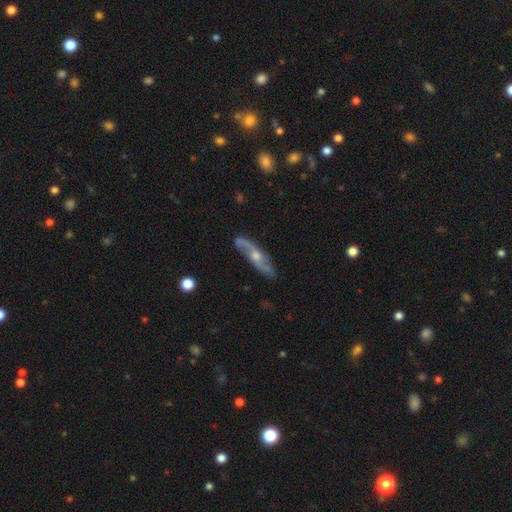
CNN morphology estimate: Smooth or featured? featured or disk (76%)
Edge-on disk? no (64%)
Merging? none (80%)